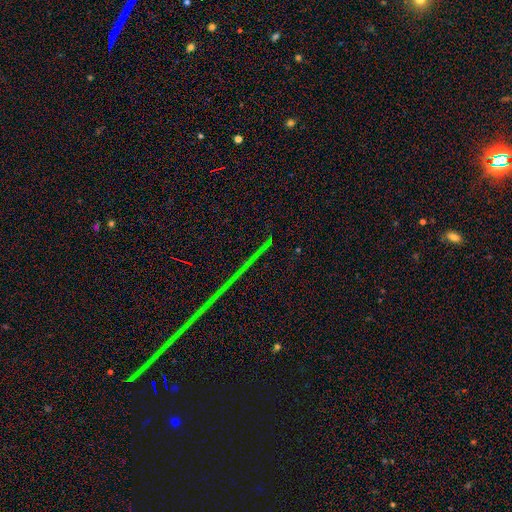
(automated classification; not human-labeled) star or artifact 84%, featured or disk 9%, smooth 6%.